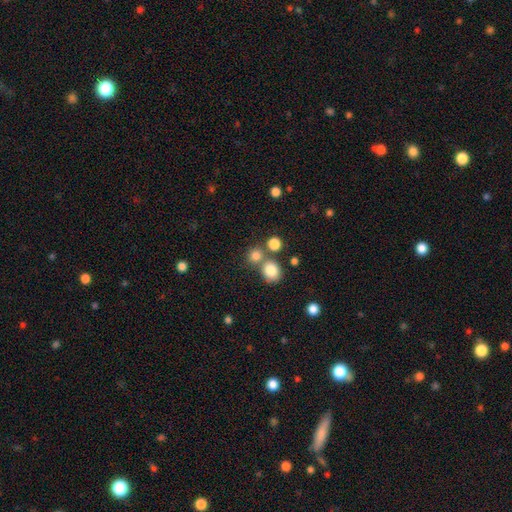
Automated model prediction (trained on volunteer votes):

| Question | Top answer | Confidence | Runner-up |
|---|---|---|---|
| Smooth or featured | smooth | 80% | star or artifact (13%) |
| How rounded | round | 84% | in between (15%) |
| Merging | none | 58% | merger (31%) |